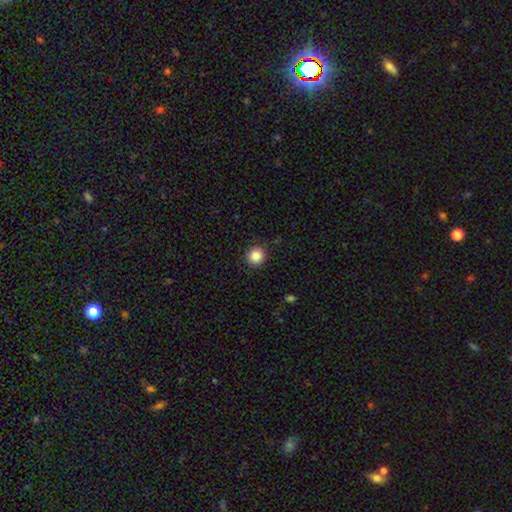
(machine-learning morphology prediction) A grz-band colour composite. It shows a smooth galaxy with no disk features (86%) that is round (93%). Merging: none (91%).